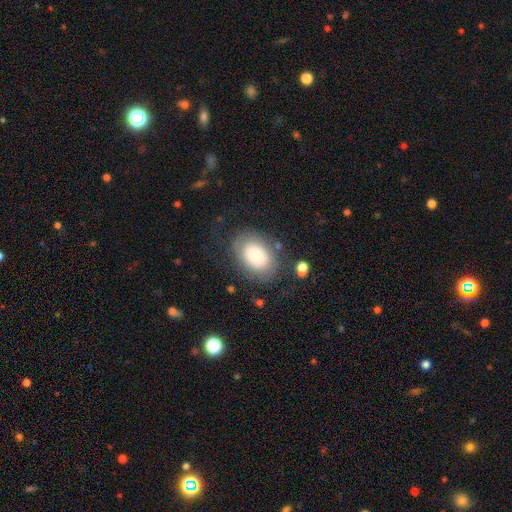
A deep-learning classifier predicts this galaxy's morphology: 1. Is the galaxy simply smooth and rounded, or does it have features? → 74% smooth, 17% featured or disk, 8% star or artifact.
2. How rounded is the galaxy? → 79% in between, 20% round, 1% cigar-shaped.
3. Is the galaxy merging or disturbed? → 68% none, 18% minor disturbance, 11% major disturbance, 3% merger.